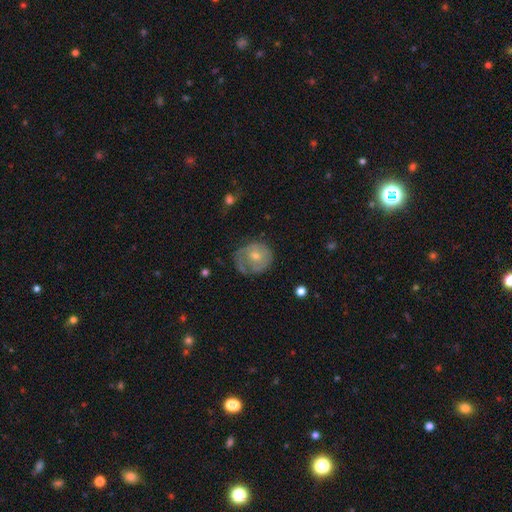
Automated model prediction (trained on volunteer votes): Smooth or featured?
  - featured or disk: 57% *
  - smooth: 34%
  - star or artifact: 9%
Edge-on disk?
  - no: 97% *
  - yes: 3%
Bar?
  - no: 84% *
  - weak: 14%
  - strong: 2%
Spiral arms?
  - yes: 61% *
  - no: 39%
Bulge size?
  - small: 54% *
  - moderate: 43%
  - large: 2%
  - none: 1%
  - dominant: 1%
Merging?
  - none: 57% *
  - minor disturbance: 25%
  - major disturbance: 16%
  - merger: 2%